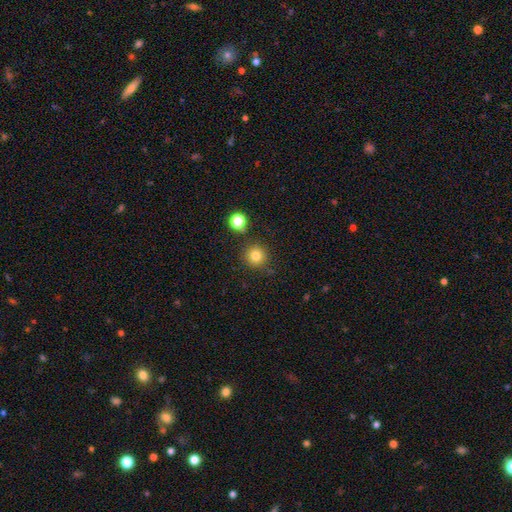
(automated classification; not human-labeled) Overall: smooth (80%). How rounded: round (94%). Merging: none (85%).